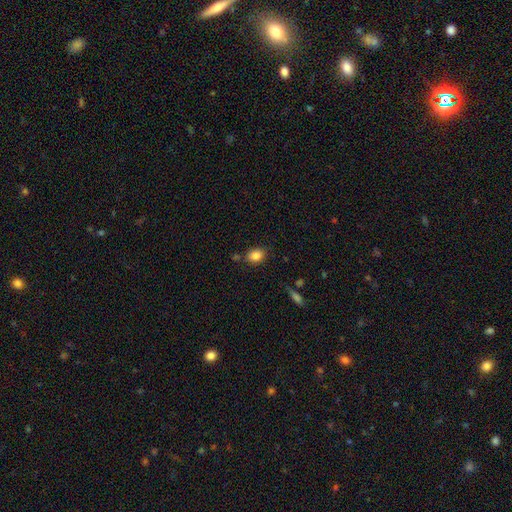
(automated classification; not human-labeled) Smooth or featured?
  - smooth: 85% *
  - star or artifact: 9%
  - featured or disk: 6%
How rounded?
  - in between: 64% *
  - round: 35%
  - cigar-shaped: 1%
Merging?
  - none: 76% *
  - minor disturbance: 14%
  - merger: 6%
  - major disturbance: 4%